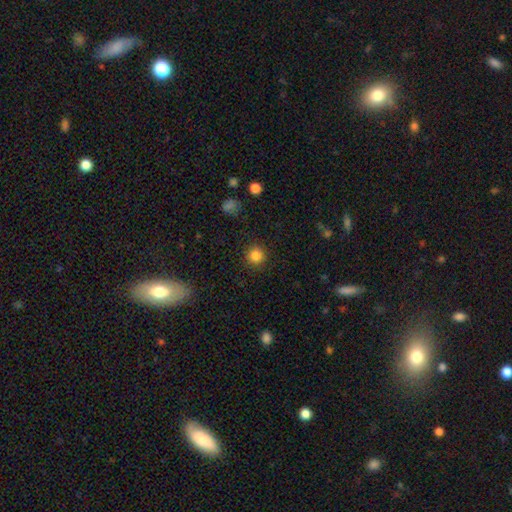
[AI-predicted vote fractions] The model was most divided on "smooth or featured": smooth: 84%, star or artifact: 12%, featured or disk: 4%. More confident: how rounded — round (94%); merging — none (90%).